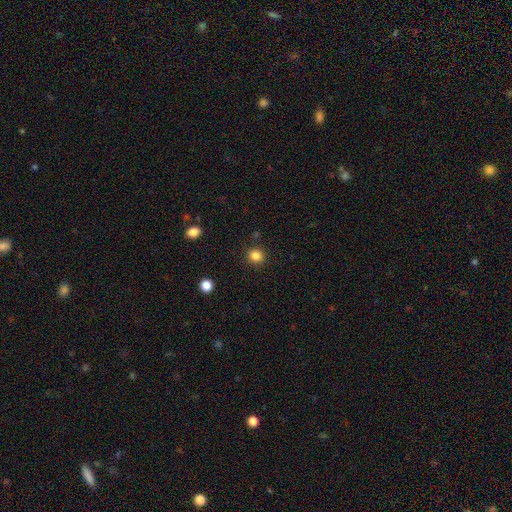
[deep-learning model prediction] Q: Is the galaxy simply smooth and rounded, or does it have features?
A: smooth — 84%.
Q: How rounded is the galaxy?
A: round — 89%.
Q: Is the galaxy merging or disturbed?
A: none — 90%.